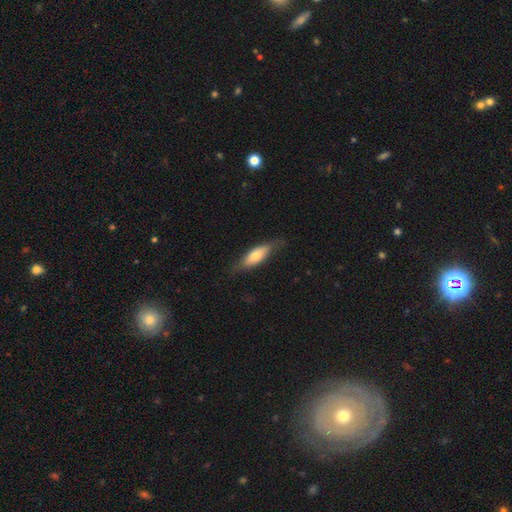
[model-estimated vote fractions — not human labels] A smooth galaxy with no disk features (62%) that is in between round and cigar-shaped (61%).

Vote fractions:
- Smooth or featured? smooth: 62% / featured or disk: 32% / star or artifact: 6%
- How rounded? in between: 61% / cigar-shaped: 37% / round: 2%
- Merging? none: 69% / minor disturbance: 23% / major disturbance: 7% / merger: 1%